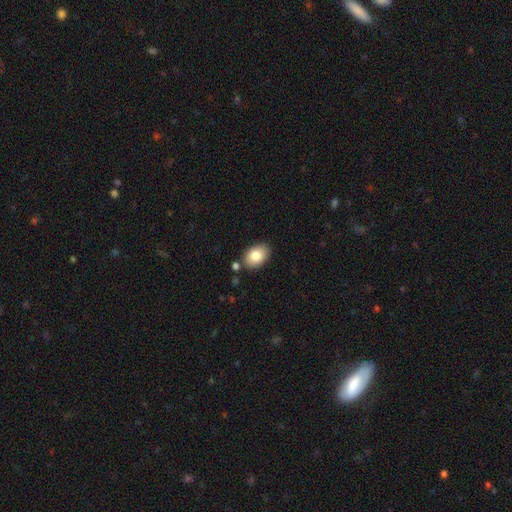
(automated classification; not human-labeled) smooth 83%, featured or disk 10%, star or artifact 7%. Down the decision tree: how rounded — in between (85%); merging — none (82%).